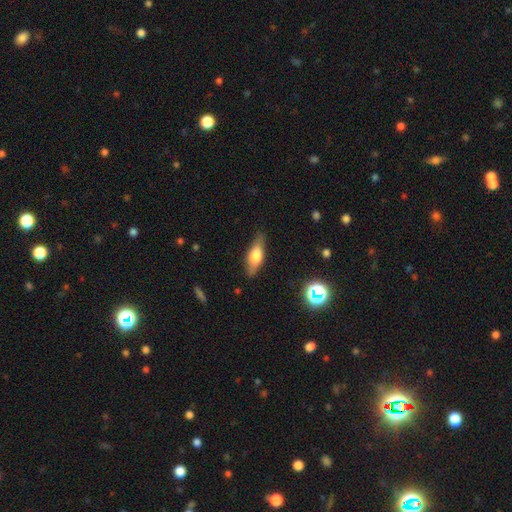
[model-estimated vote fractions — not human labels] Smooth or featured? smooth (60%)
How rounded? in between (61%)
Merging? none (82%)